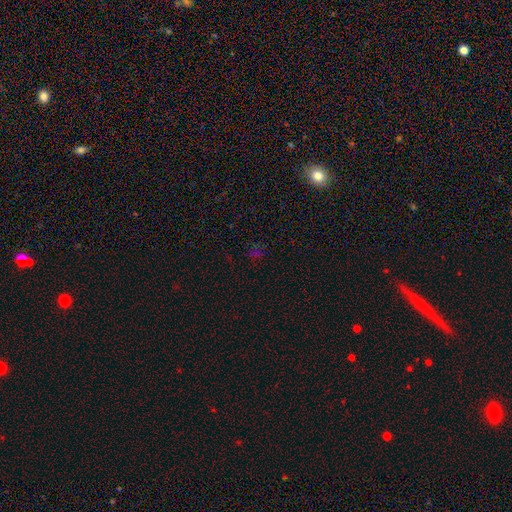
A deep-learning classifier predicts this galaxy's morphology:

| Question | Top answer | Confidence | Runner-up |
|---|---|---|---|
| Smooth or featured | star or artifact | 56% | smooth (37%) |